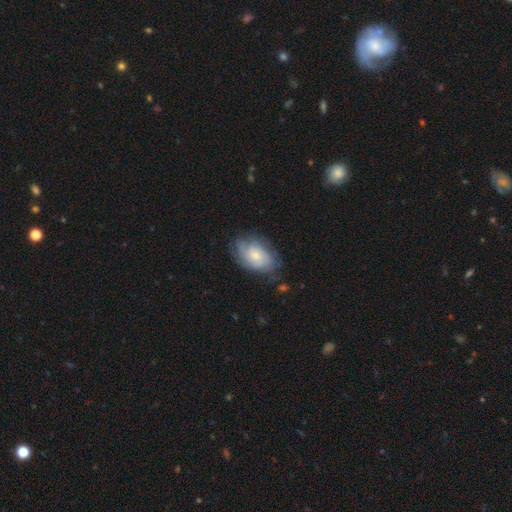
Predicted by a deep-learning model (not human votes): A featured or disk galaxy (53%) with no bar (77%), spiral arms (78%) and a small central bulge (53%). Merging: none (65%).